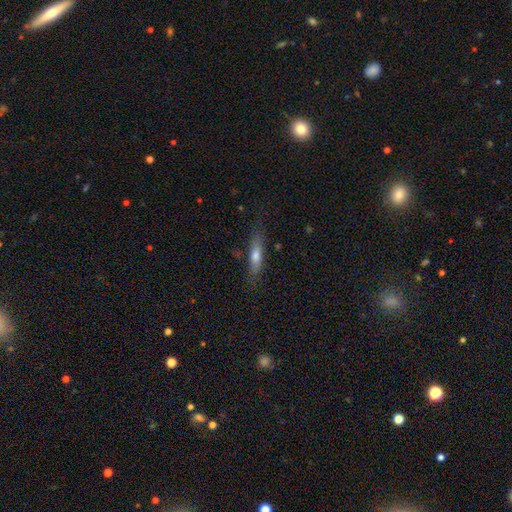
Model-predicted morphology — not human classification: This is possibly a smooth galaxy (60%). How rounded: likely cigar-shaped (74%). Merging: likely none (77%).